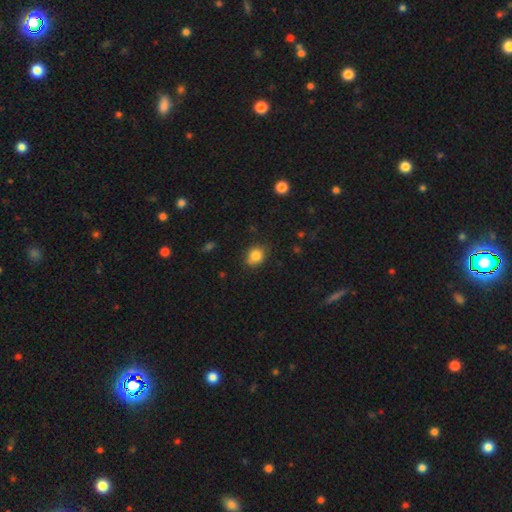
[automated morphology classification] This is clearly a smooth galaxy (83%). How rounded: possibly round (58%). Merging: likely none (76%).